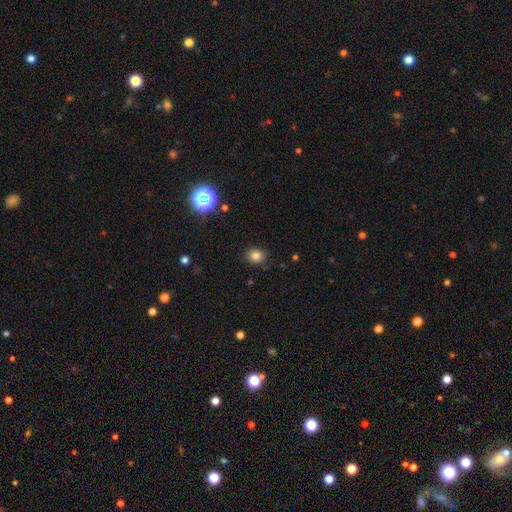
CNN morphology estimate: Smooth or featured? Predicted: smooth (p=0.82). How rounded? Predicted: round (p=0.66). Merging? Predicted: none (p=0.86).